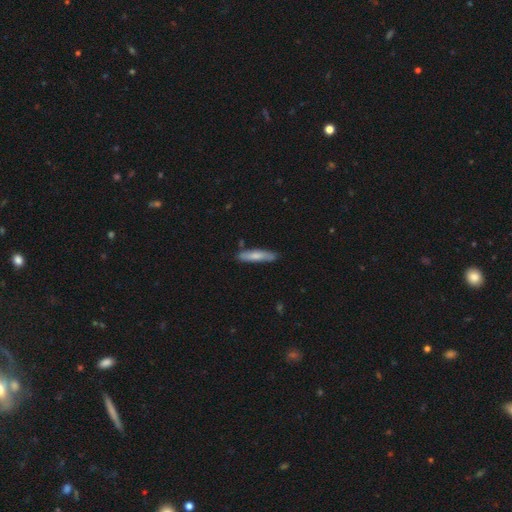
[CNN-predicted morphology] Overall: smooth (71%). How rounded: cigar-shaped (83%). Merging: none (81%).